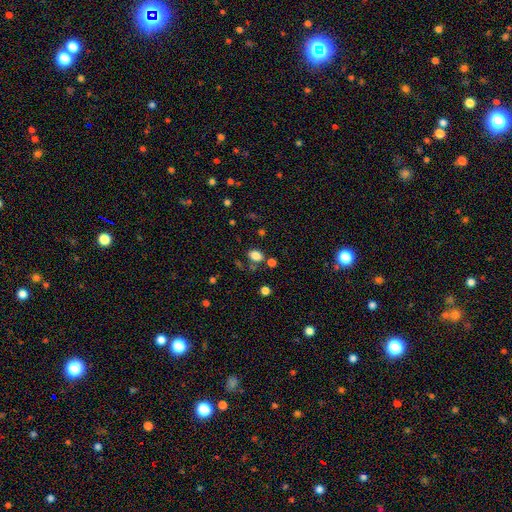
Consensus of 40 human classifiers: Smooth or featured? 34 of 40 (85%) said smooth. How rounded? 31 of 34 (91%) said in between. Merging? 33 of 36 (92%) said none.